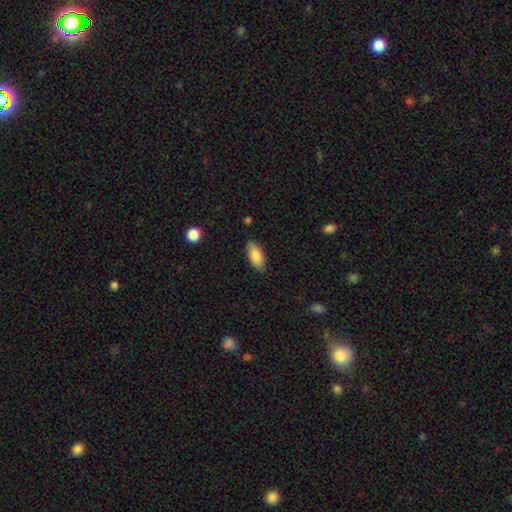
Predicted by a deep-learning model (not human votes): smooth 86%, featured or disk 7%, star or artifact 6%. Down the decision tree: how rounded — in between (89%); merging — none (82%).